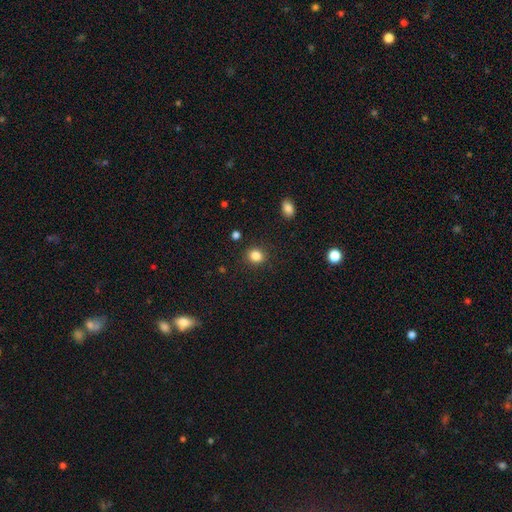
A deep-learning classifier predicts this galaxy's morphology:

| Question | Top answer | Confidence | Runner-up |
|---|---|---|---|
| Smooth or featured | smooth | 84% | star or artifact (11%) |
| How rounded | round | 77% | in between (22%) |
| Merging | none | 89% | minor disturbance (7%) |